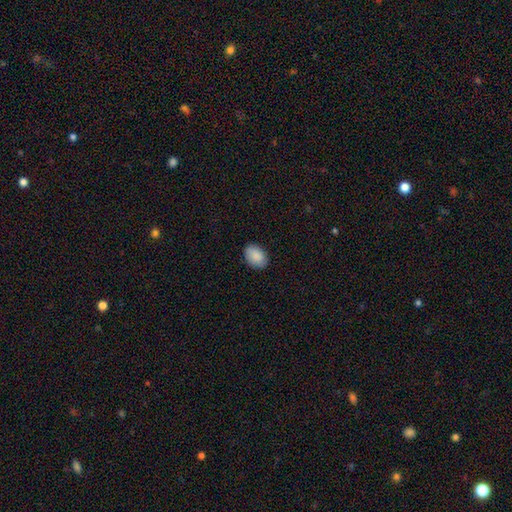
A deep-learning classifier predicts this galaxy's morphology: smooth 89%, star or artifact 6%, featured or disk 5%. Down the decision tree: how rounded — in between (82%); merging — none (85%).